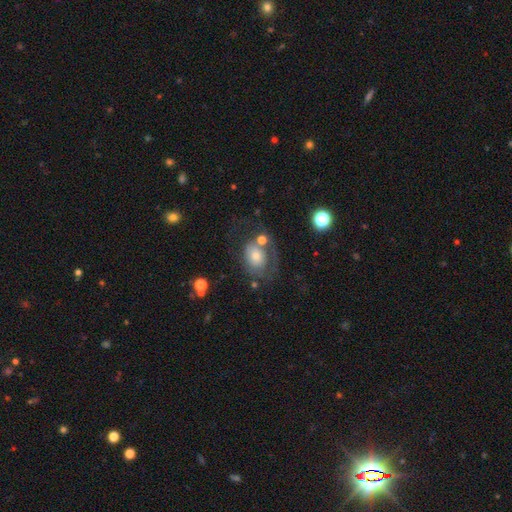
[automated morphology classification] A smooth galaxy with no disk features (47%). Merging: none (40%).